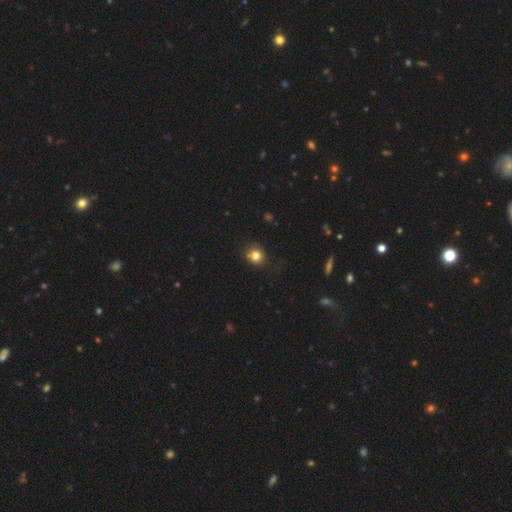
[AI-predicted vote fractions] A smooth galaxy with no disk features (79%) that is round (84%).

Vote fractions:
- Smooth or featured? smooth: 79% / star or artifact: 13% / featured or disk: 8%
- How rounded? round: 84% / in between: 15% / cigar-shaped: 1%
- Merging? none: 74% / minor disturbance: 17% / major disturbance: 4% / merger: 4%